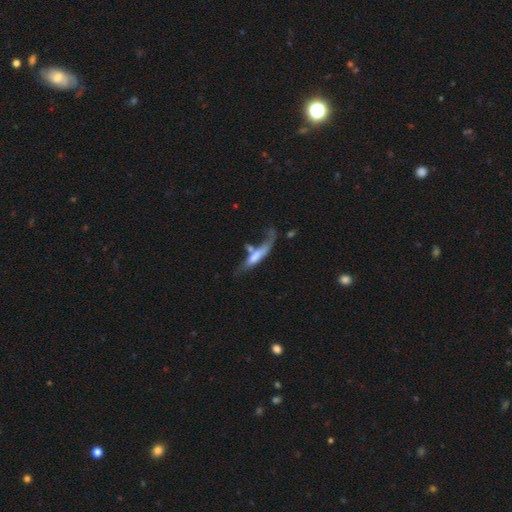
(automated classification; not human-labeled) A smooth galaxy with no disk features (54%) that is cigar-shaped (74%). Merging: merger (28%).